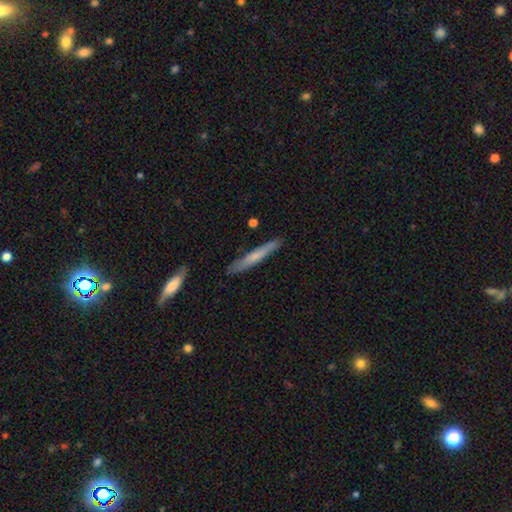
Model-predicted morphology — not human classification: Smooth or featured: smooth — 61% (featured or disk — 34%)
How rounded: cigar-shaped — 95% (in between — 4%)
Merging: none — 85% (minor disturbance — 11%)